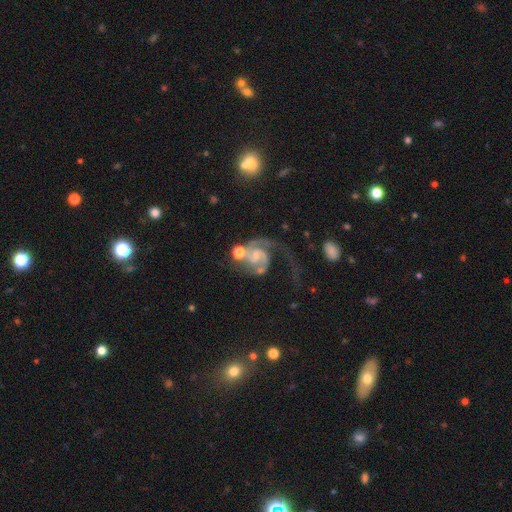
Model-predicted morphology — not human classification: Overall: featured or disk (88%). Edge-on disk: no (98%). Bar: no (48%; weak 41%). Spiral arms: yes (97%). Spiral arm count: 2 (82%). Spiral winding: medium (50%; tight 27%). Bulge size: small (55%; none 21%). Merging: none (35%; major disturbance 31%).